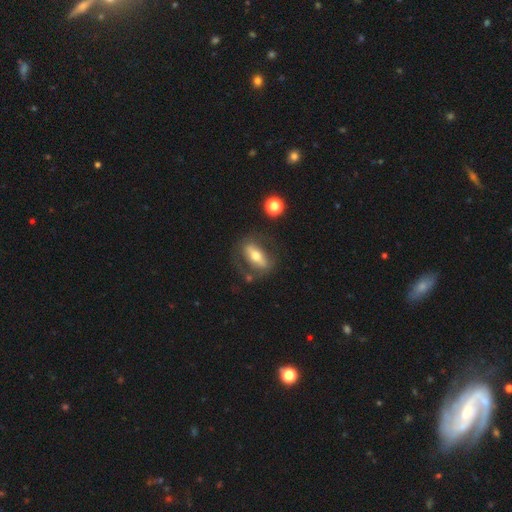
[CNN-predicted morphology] Smooth or featured? Predicted: featured or disk (p=0.53). Edge-on disk? Predicted: no (p=0.67). Merging? Predicted: none (p=0.65).